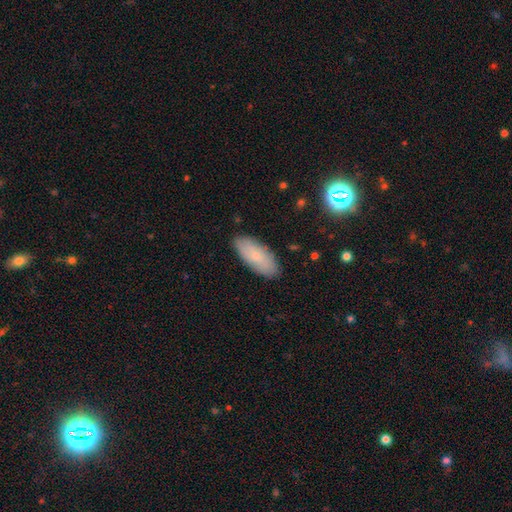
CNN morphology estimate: This appears to be a smooth galaxy with no disk features (77%) that is in between round and cigar-shaped (84%). Merging: none (86%).